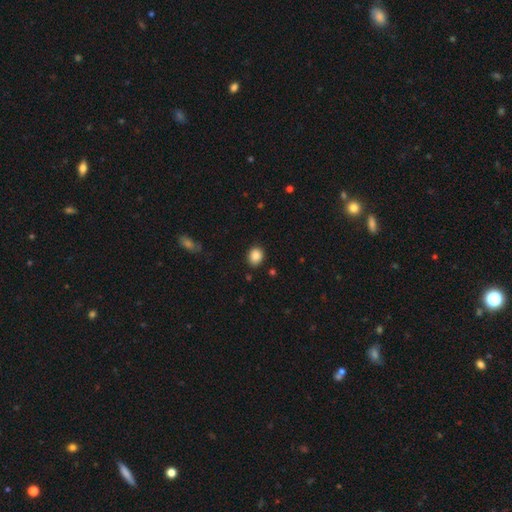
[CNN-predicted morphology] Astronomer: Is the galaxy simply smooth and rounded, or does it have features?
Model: smooth — 88%.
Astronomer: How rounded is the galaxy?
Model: round — 57% (runner-up: in between, 43%).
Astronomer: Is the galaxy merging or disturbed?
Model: none — 87%.